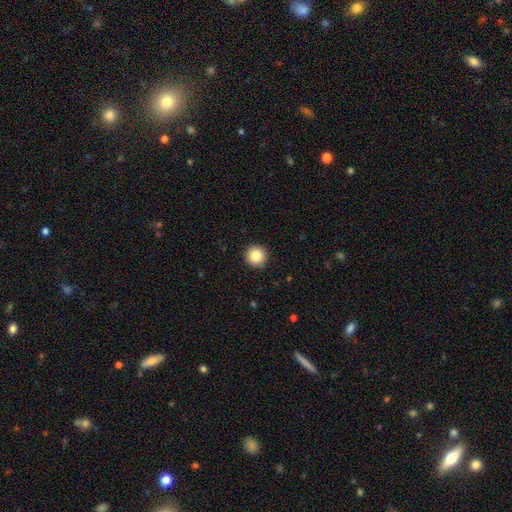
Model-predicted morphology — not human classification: A smooth galaxy with no disk features (84%) that is round (96%). Merging: none (93%).